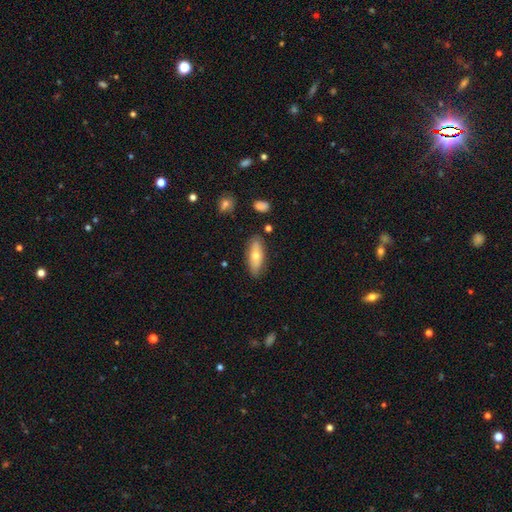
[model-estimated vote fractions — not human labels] smooth_or_featured: smooth (p=0.61) [alt: featured or disk p=0.31]
how_rounded: in between (p=0.64) [alt: cigar-shaped p=0.33]
merging: none (p=0.85) [alt: minor disturbance p=0.11]